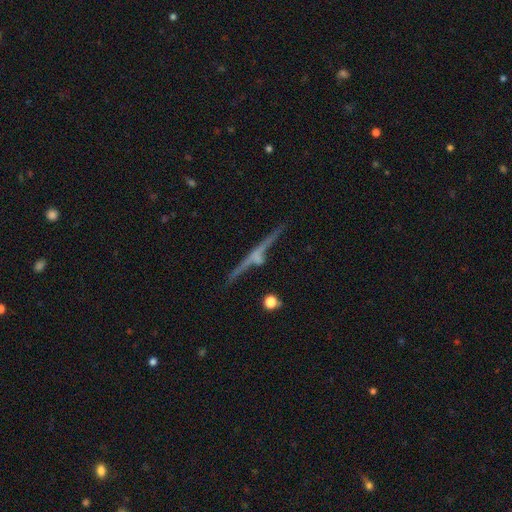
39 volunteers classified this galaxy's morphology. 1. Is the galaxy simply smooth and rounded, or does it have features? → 79% featured or disk, 13% smooth, 8% star or artifact.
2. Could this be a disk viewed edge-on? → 100% yes, 0% no.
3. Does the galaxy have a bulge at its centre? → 71% rounded, 29% none, 0% boxy.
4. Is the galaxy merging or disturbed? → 83% none, 11% minor disturbance, 6% merger, 0% major disturbance.